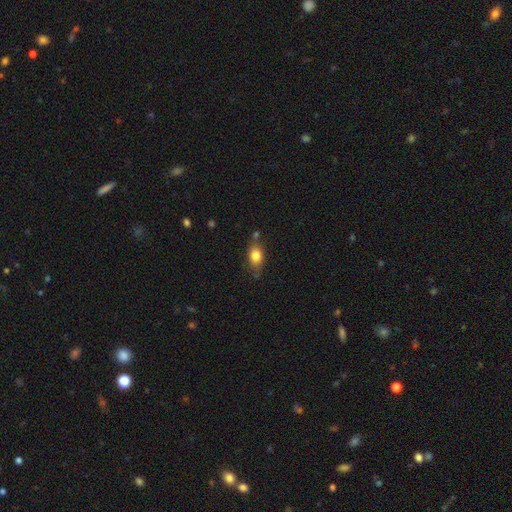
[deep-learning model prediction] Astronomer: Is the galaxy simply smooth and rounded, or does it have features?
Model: smooth — 82%.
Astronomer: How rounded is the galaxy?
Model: in between — 74%.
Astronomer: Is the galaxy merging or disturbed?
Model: none — 68%.